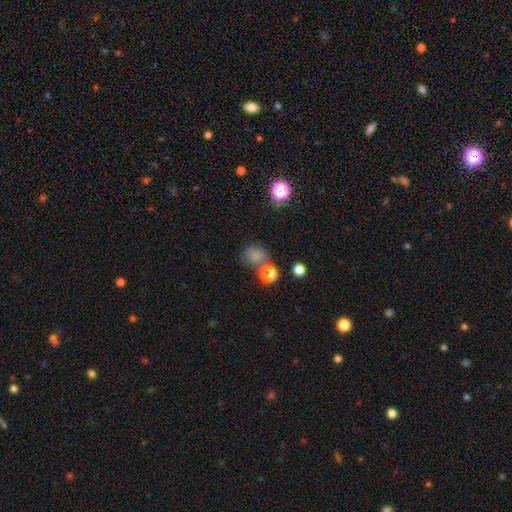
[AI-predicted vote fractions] This is likely a smooth galaxy (75%). How rounded: likely round (74%). Merging: possibly none (55%).